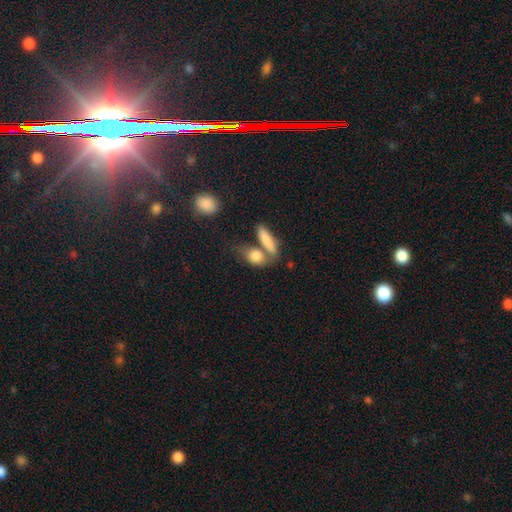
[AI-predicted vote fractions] smooth-or-featured: smooth: 81% | featured or disk: 12% | star or artifact: 7%
  how-rounded: in between: 62% | cigar-shaped: 21% | round: 17%
  merging: none: 42% | merger: 36% | minor disturbance: 14% | major disturbance: 8%